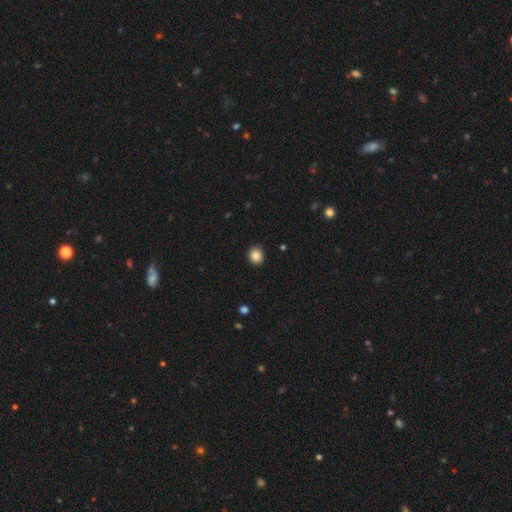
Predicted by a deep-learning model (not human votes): Smooth or featured: smooth — 85% (star or artifact — 10%)
How rounded: round — 69% (in between — 30%)
Merging: none — 91% (minor disturbance — 6%)